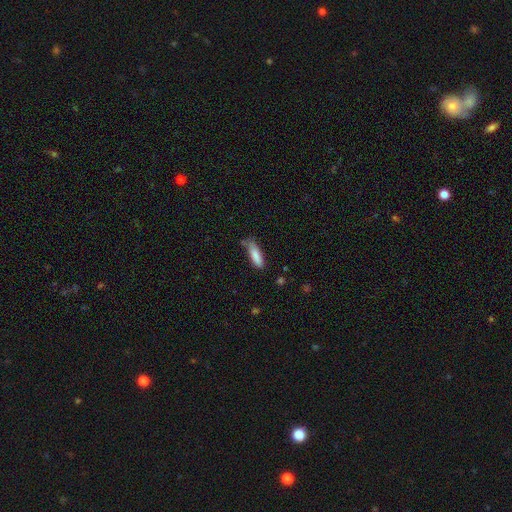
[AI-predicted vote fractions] Smooth or featured? smooth (83%)
How rounded? cigar-shaped (61%)
Merging? none (63%)